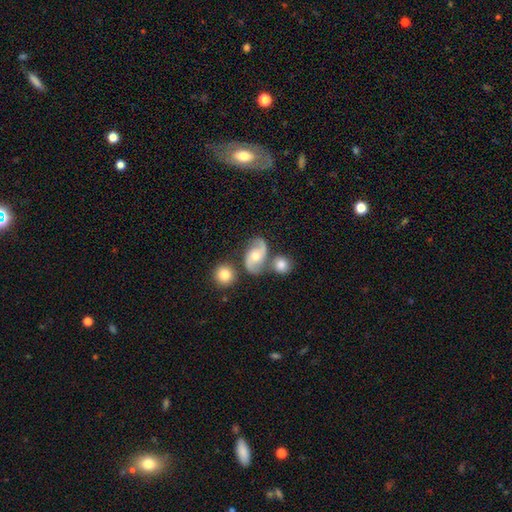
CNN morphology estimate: Q: Smooth or featured?
A: featured or disk (71%); runner-up: smooth (21%)
Q: Edge-on disk?
A: no (97%); runner-up: yes (3%)
Q: Bar?
A: no (62%); runner-up: weak (29%)
Q: Spiral arms?
A: yes (92%); runner-up: no (8%)
Q: Spiral winding?
A: loose (44%); runner-up: medium (43%)
Q: Spiral arm count?
A: 2 (92%); runner-up: can't tell (3%)
Q: Bulge size?
A: moderate (75%); runner-up: small (16%)
Q: Merging?
A: none (65%); runner-up: merger (15%)